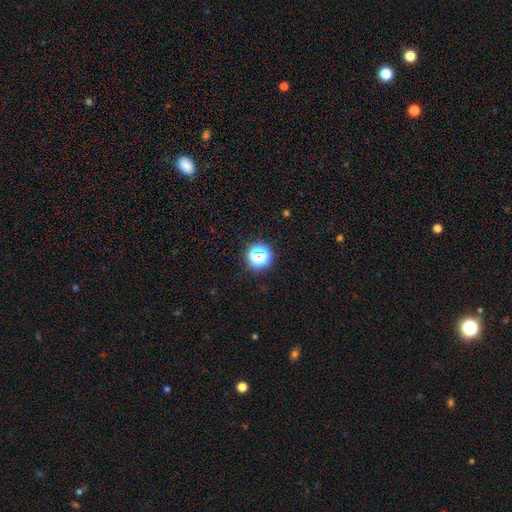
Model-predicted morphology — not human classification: Smooth or featured: star or artifact — 50% (smooth — 41%)